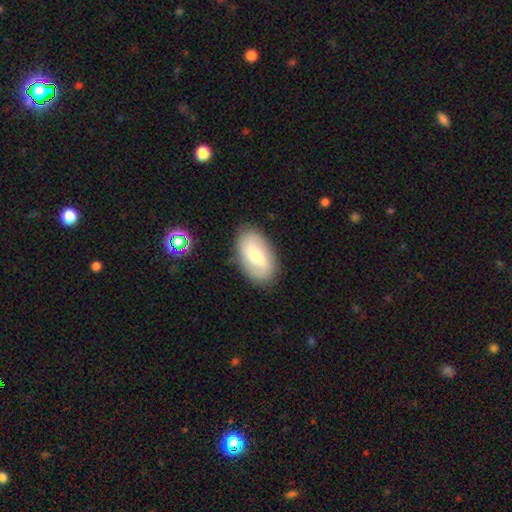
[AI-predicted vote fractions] Smooth or featured? Predicted: smooth (p=0.52). How rounded? Predicted: in between (p=0.92). Merging? Predicted: none (p=0.84).